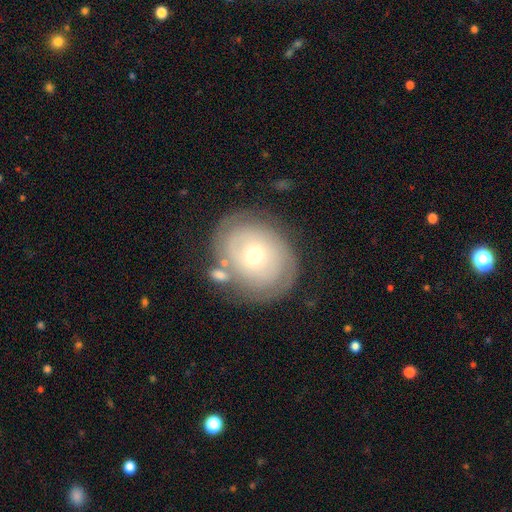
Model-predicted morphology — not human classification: featured or disk 65%, smooth 27%, star or artifact 8%. Down the decision tree: edge-on disk — no (96%); bar — no (74%); spiral arms — yes (78%); bulge size — small (51%); merging — none (72%).